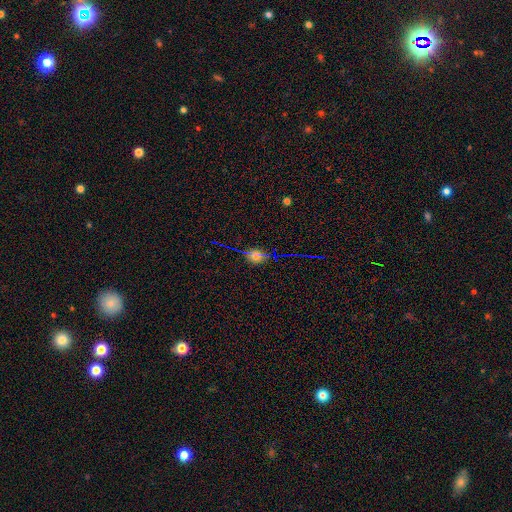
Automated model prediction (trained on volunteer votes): This is possibly a smooth galaxy (46%). Merging: clearly none (82%).